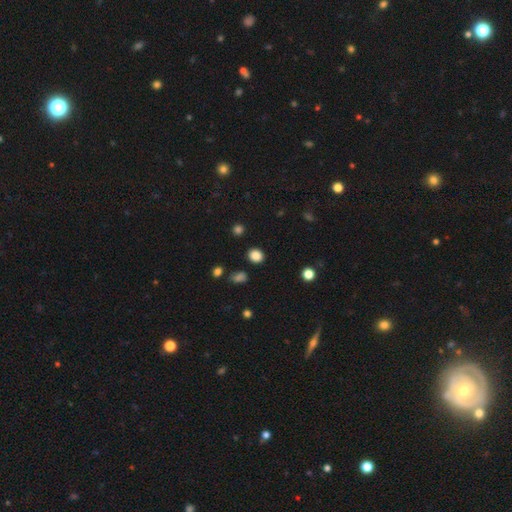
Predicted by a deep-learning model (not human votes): The model was most divided on "how rounded": round: 75%, in between: 24%, cigar-shaped: 1%. More confident: merging — none (89%); smooth or featured — smooth (85%).